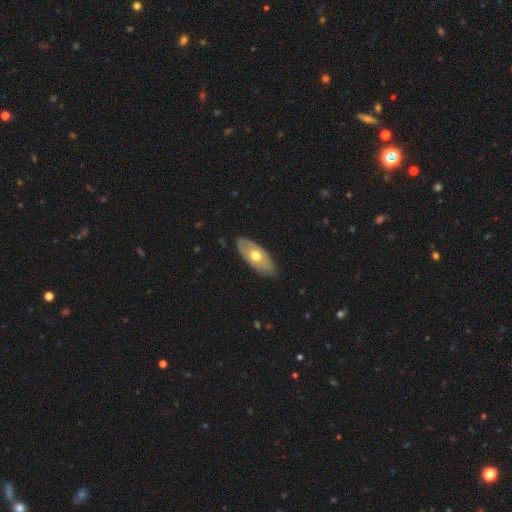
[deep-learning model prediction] Smooth or featured?
  - smooth: 51% *
  - featured or disk: 44%
  - star or artifact: 5%
How rounded?
  - in between: 86% *
  - cigar-shaped: 10%
  - round: 4%
Merging?
  - none: 83% *
  - minor disturbance: 14%
  - major disturbance: 2%
  - merger: 1%